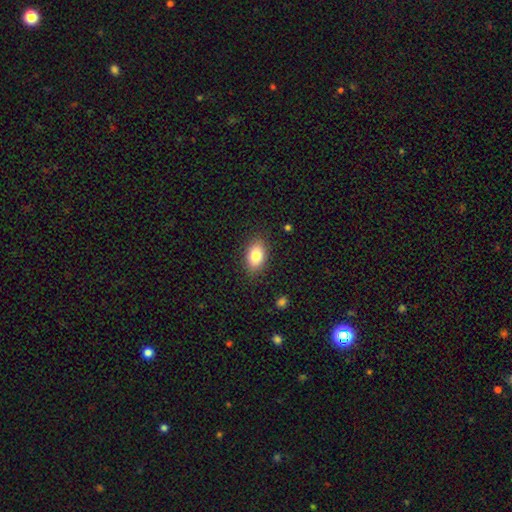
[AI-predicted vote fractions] Overall: smooth (83%). How rounded: in between (89%). Merging: none (86%).